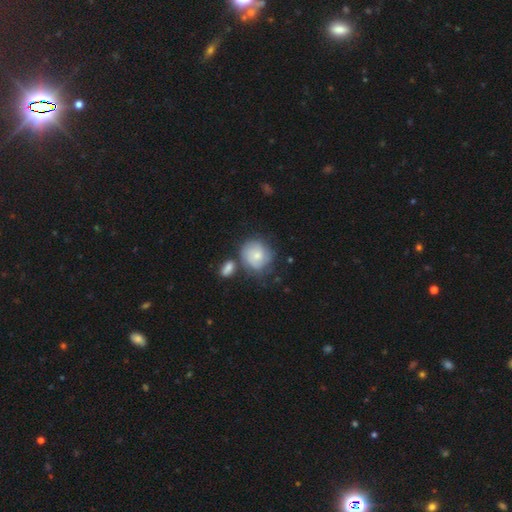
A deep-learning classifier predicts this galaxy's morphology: The model was most divided on "merging": none: 56%, minor disturbance: 21%, merger: 15%, major disturbance: 8%. More confident: how rounded — round (82%); smooth or featured — smooth (65%).